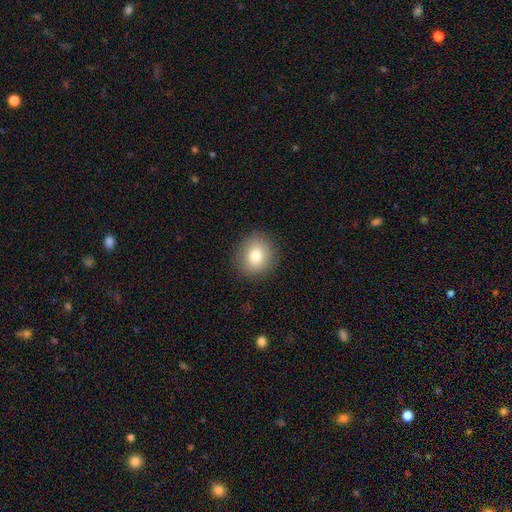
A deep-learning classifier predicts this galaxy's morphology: A smooth galaxy with no disk features (78%) that is round (82%). Merging: none (89%).